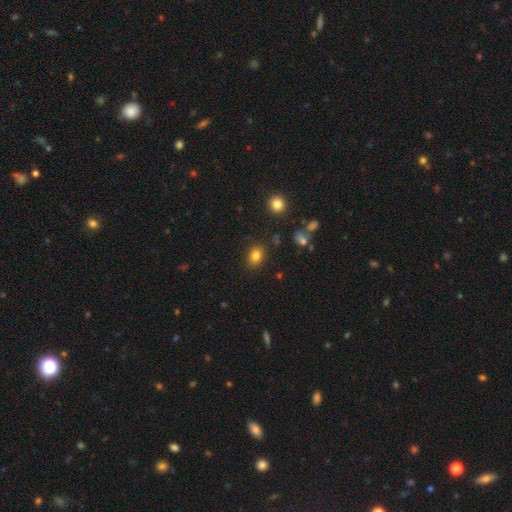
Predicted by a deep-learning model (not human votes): Smooth or featured? smooth (82%)
How rounded? in between (61%)
Merging? none (86%)